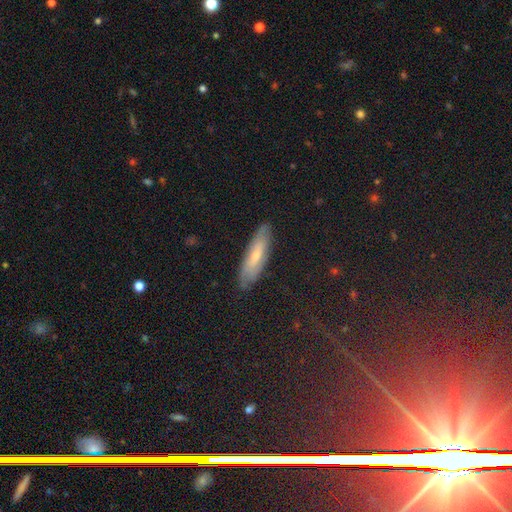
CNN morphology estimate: Smooth or featured: featured or disk — 45% (tied with smooth — 45%)
Merging: none — 83% (minor disturbance — 13%)